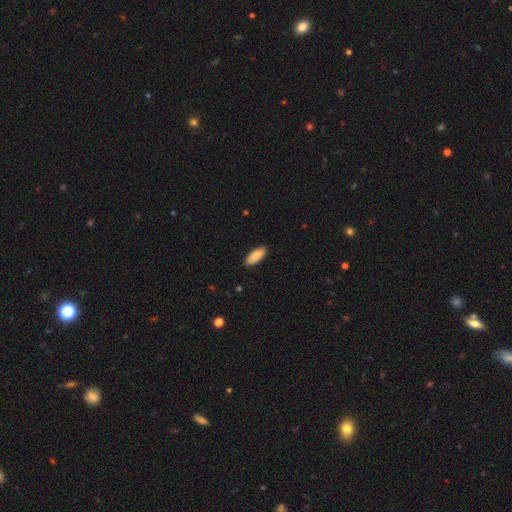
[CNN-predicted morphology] The model was most divided on "how rounded": in between: 80%, cigar-shaped: 18%, round: 2%. More confident: merging — none (90%); smooth or featured — smooth (88%).